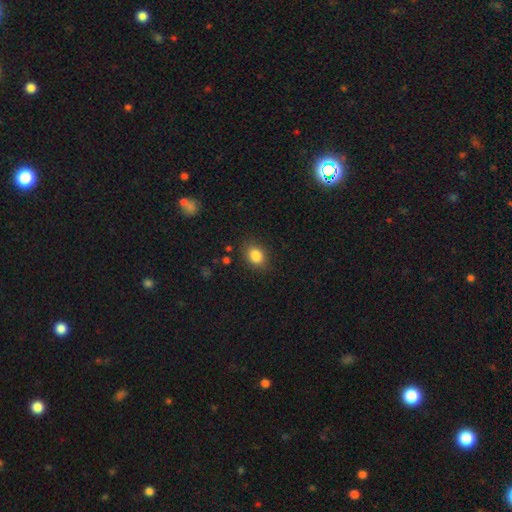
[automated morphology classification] Smooth or featured: smooth — 85% (star or artifact — 10%)
How rounded: in between — 54% (round — 45%)
Merging: none — 83% (minor disturbance — 12%)